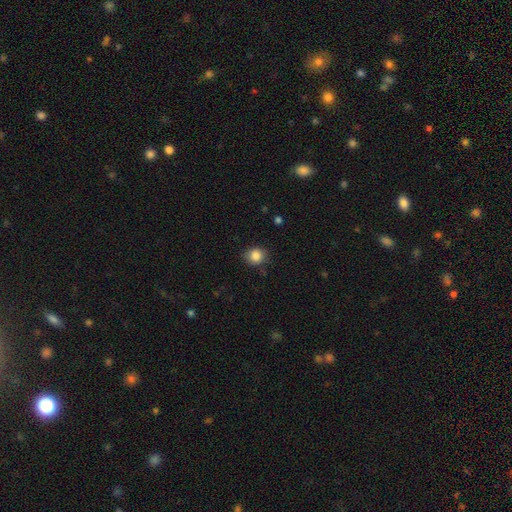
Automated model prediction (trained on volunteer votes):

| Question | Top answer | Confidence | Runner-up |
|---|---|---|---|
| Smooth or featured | smooth | 86% | star or artifact (10%) |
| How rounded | round | 79% | in between (21%) |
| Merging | none | 83% | minor disturbance (12%) |